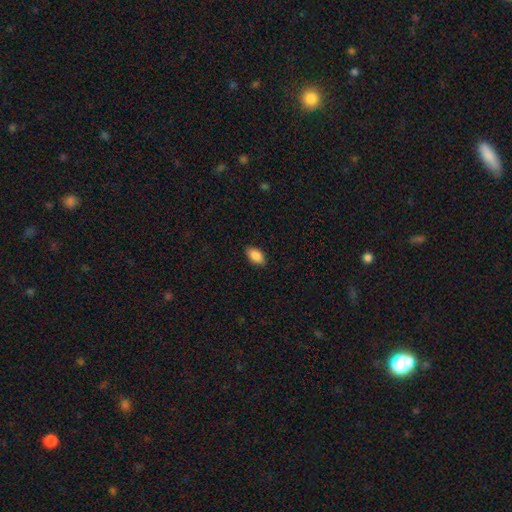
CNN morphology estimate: Smooth or featured? smooth (88%)
How rounded? in between (93%)
Merging? none (88%)